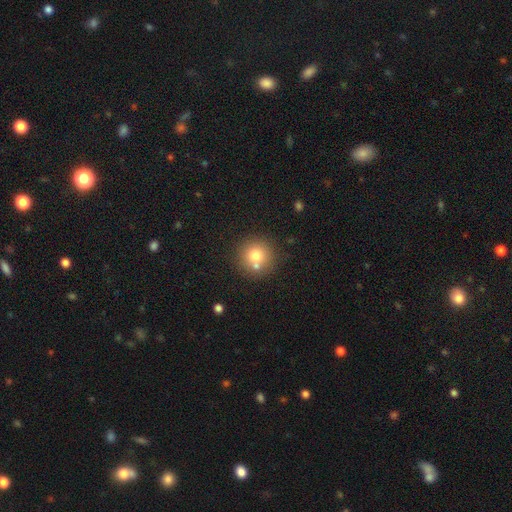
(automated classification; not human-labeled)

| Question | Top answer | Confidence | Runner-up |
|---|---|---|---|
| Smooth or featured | smooth | 74% | featured or disk (14%) |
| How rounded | round | 93% | in between (6%) |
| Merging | none | 68% | merger (20%) |